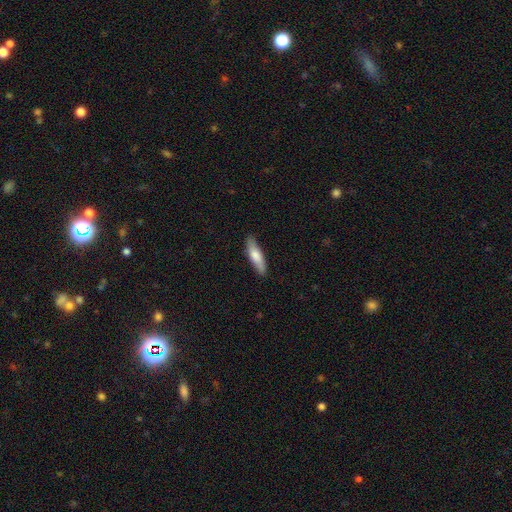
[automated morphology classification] Smooth or featured? Predicted: smooth (p=0.72). How rounded? Predicted: cigar-shaped (p=0.65). Merging? Predicted: none (p=0.86).